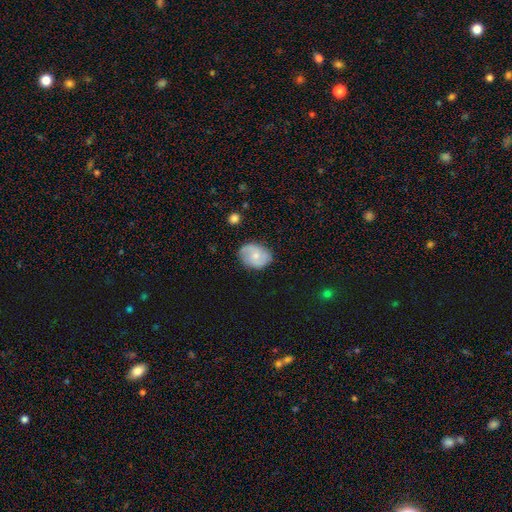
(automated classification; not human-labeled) Morphology: type=smooth (48%); merging=none (73%).